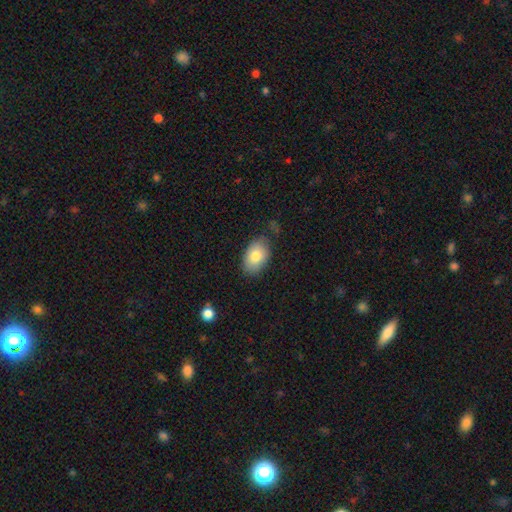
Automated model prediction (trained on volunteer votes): smooth_or_featured: smooth (p=0.80) [alt: featured or disk p=0.13]
how_rounded: in between (p=0.88) [alt: round p=0.10]
merging: none (p=0.75) [alt: minor disturbance p=0.18]